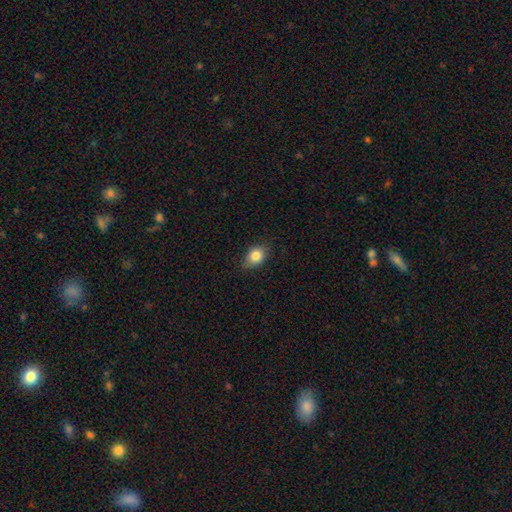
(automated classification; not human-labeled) The model was most divided on "how rounded": in between: 70%, round: 28%, cigar-shaped: 2%. More confident: smooth or featured — smooth (81%); merging — none (78%).